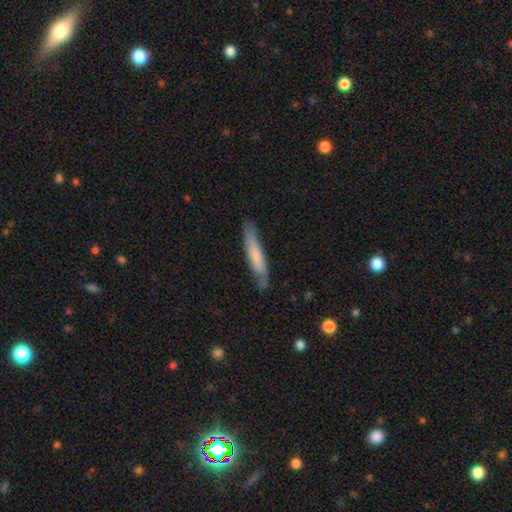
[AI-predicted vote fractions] This appears to be a smooth galaxy with no disk features (63%) that is cigar-shaped (89%). Merging: none (73%).